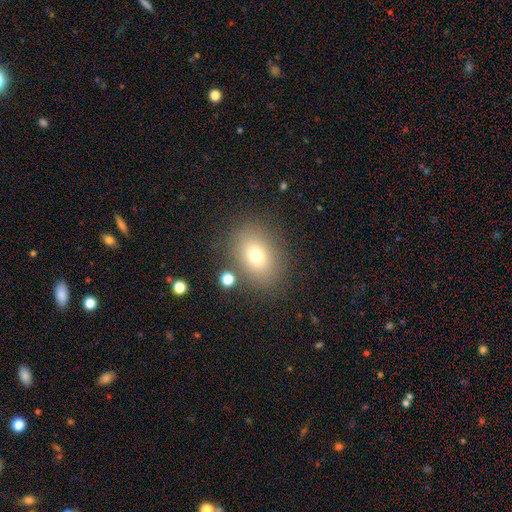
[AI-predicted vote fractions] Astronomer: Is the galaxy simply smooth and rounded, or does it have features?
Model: smooth — 72%.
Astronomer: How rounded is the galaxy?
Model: in between — 65%.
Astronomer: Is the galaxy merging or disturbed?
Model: none — 81%.